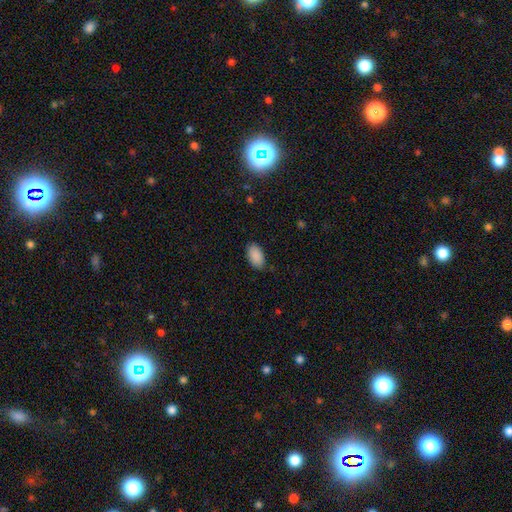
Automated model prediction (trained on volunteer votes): Morphology: type=smooth (90%); roundness=in between (94%); merging=none (84%).